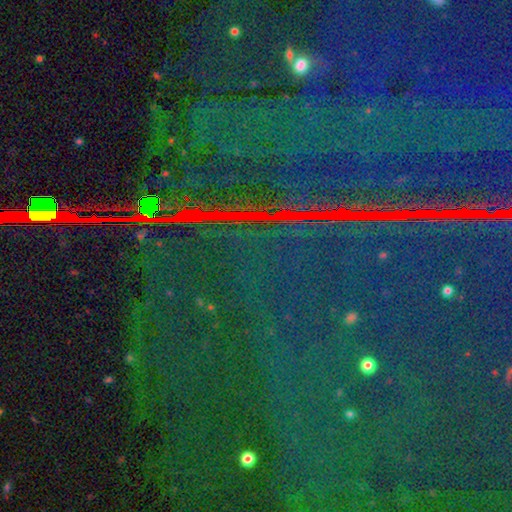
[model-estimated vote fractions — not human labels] A star or artifact, not a galaxy (86%).

Vote fractions:
- Smooth or featured? star or artifact: 86% / featured or disk: 8% / smooth: 6%